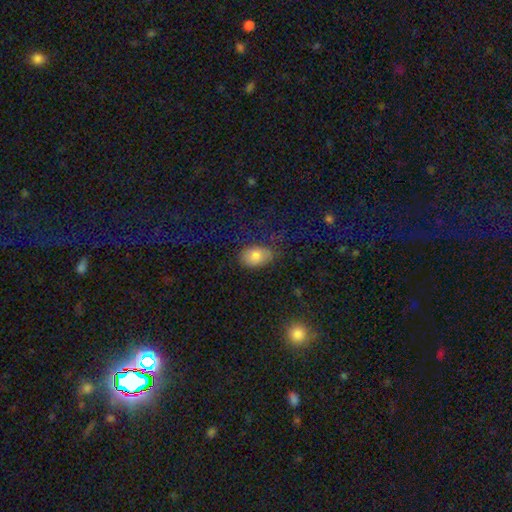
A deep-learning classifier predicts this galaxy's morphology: Smooth or featured? smooth (80%)
How rounded? in between (86%)
Merging? none (72%)